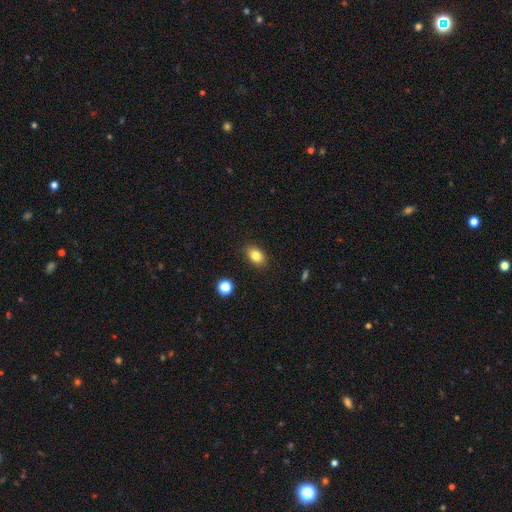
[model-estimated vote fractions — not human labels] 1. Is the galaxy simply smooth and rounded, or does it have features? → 82% smooth, 10% star or artifact, 8% featured or disk.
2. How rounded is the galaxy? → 83% in between, 16% round, 1% cigar-shaped.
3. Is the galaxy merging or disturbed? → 88% none, 8% minor disturbance, 2% major disturbance, 1% merger.